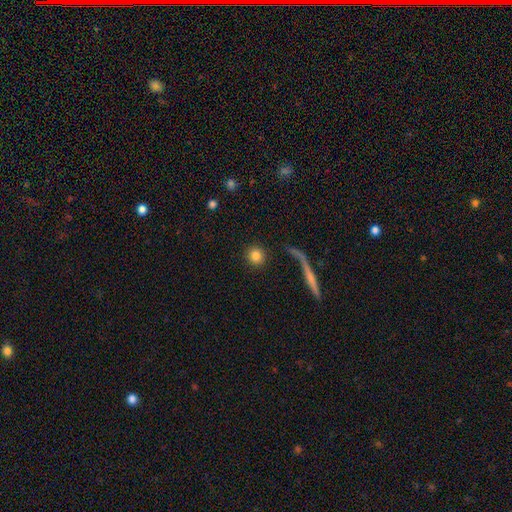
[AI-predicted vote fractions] Smooth or featured: smooth — 83% (star or artifact — 9%)
How rounded: round — 93% (in between — 5%)
Merging: none — 87% (minor disturbance — 5%)